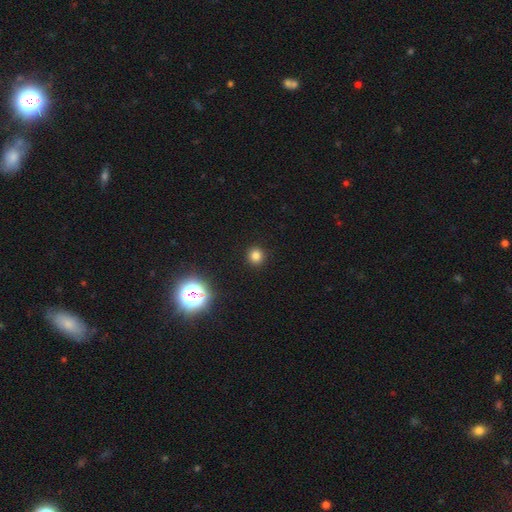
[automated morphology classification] Smooth or featured?
  - smooth: 79% *
  - star or artifact: 16%
  - featured or disk: 5%
How rounded?
  - round: 93% *
  - in between: 6%
  - cigar-shaped: 1%
Merging?
  - none: 92% *
  - minor disturbance: 5%
  - major disturbance: 2%
  - merger: 1%